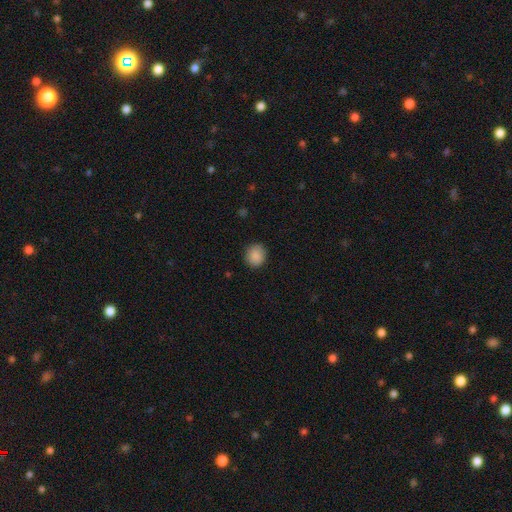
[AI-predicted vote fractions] smooth_or_featured: smooth (p=0.89) [alt: star or artifact p=0.08]
how_rounded: round (p=0.82) [alt: in between p=0.17]
merging: none (p=0.87) [alt: minor disturbance p=0.10]